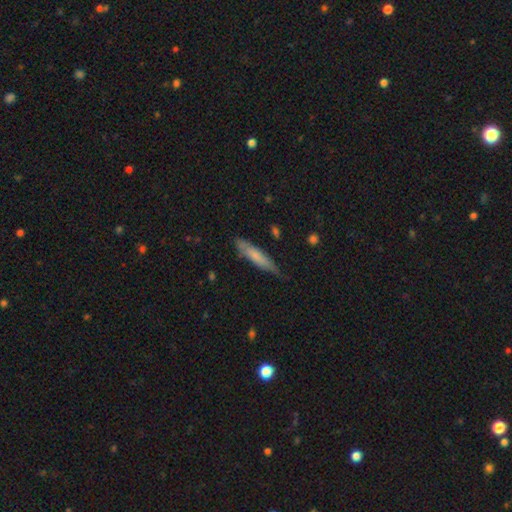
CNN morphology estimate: type=smooth (70%); roundness=cigar-shaped (86%); merging=none (71%).